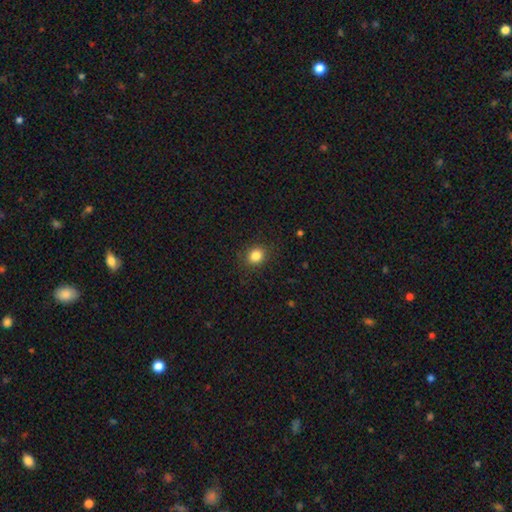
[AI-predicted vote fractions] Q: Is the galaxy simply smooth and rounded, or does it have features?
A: smooth — 84%.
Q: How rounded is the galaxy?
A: round — 75%.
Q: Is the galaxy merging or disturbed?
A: none — 88%.